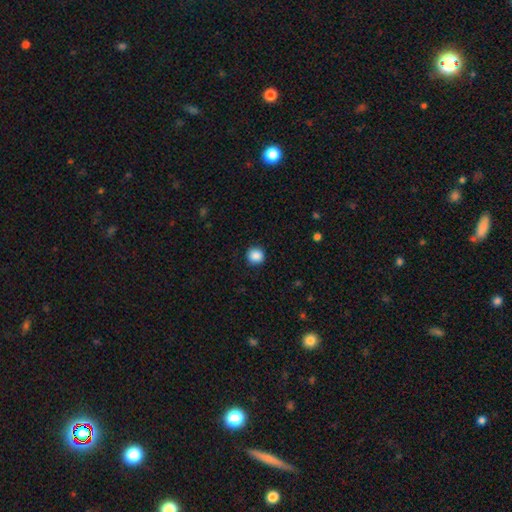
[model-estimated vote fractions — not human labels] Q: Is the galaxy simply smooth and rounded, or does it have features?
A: smooth — 88%.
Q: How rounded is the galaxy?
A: round — 93%.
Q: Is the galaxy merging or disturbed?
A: none — 90%.